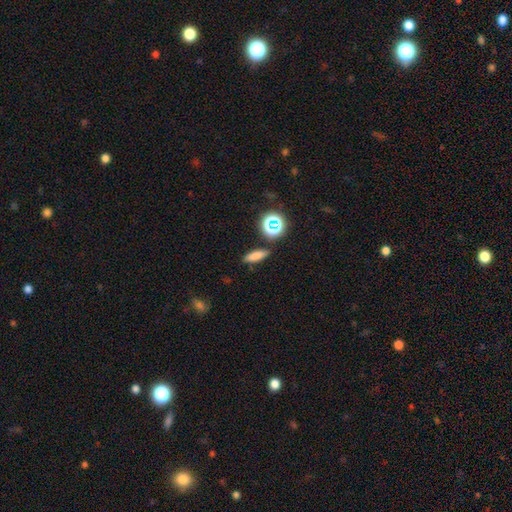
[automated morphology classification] A smooth galaxy with no disk features (76%) that is cigar-shaped (49%). Merging: none (85%).